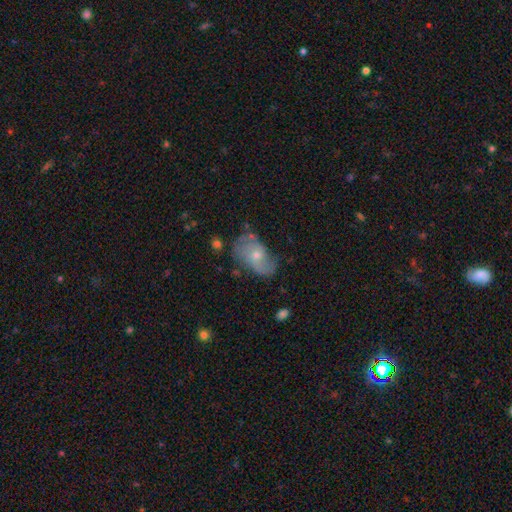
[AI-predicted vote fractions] smooth-or-featured: featured or disk: 58% | smooth: 35% | star or artifact: 8%
  disk-edge-on: no: 95% | yes: 5%
    bar: no: 72% | weak: 24% | strong: 4%
    has-spiral-arms: yes: 75% | no: 25%
    bulge-size: small: 61% | moderate: 35% | none: 2% | large: 1% | dominant: 1%
  merging: none: 52% | minor disturbance: 29% | major disturbance: 15% | merger: 3%